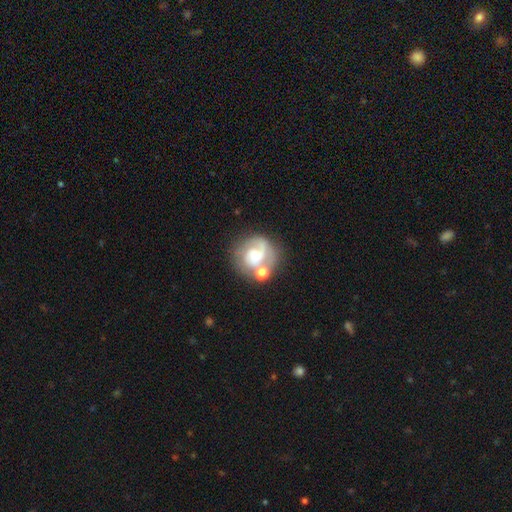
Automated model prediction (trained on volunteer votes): Smooth or featured?
  - featured or disk: 62% *
  - smooth: 30%
  - star or artifact: 8%
Edge-on disk?
  - no: 98% *
  - yes: 2%
Bar?
  - no: 65% *
  - weak: 28%
  - strong: 7%
Spiral arms?
  - yes: 78% *
  - no: 22%
Bulge size?
  - moderate: 37% *
  - small: 30%
  - large: 15%
  - none: 14%
  - dominant: 4%
Merging?
  - none: 42% *
  - merger: 27%
  - minor disturbance: 16%
  - major disturbance: 14%